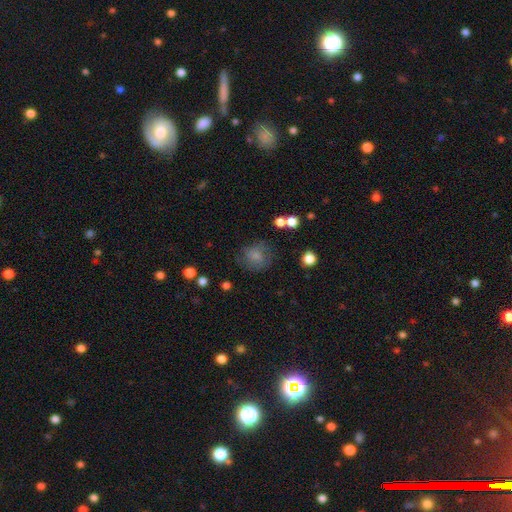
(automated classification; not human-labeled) This is likely a smooth galaxy (74%). How rounded: clearly round (80%). Merging: likely none (65%).